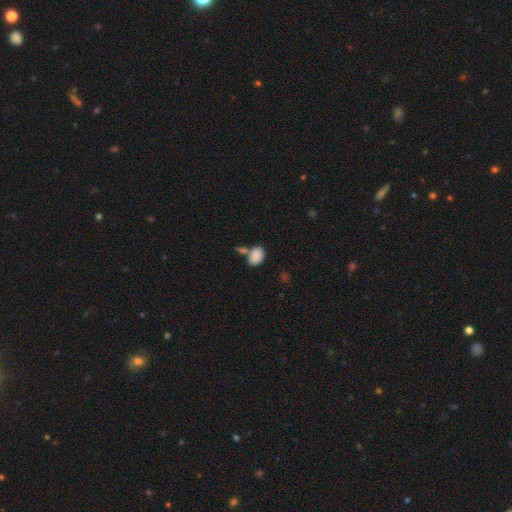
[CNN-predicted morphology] smooth_or_featured: smooth (p=0.87) [alt: star or artifact p=0.08]
how_rounded: in between (p=0.87) [alt: round p=0.12]
merging: none (p=0.50) [alt: merger p=0.32]